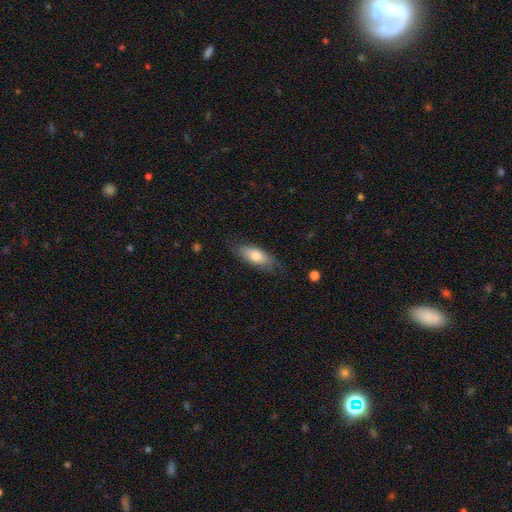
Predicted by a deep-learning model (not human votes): Morphology: type=smooth (73%); roundness=in between (76%); merging=none (75%).